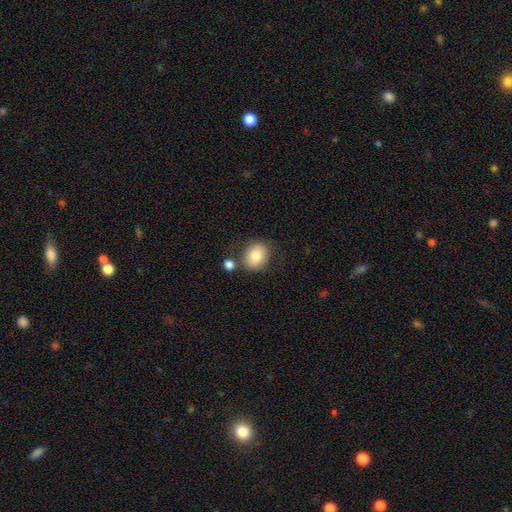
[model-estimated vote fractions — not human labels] Smooth or featured? Predicted: smooth (p=0.81). How rounded? Predicted: round (p=0.58). Merging? Predicted: none (p=0.72).